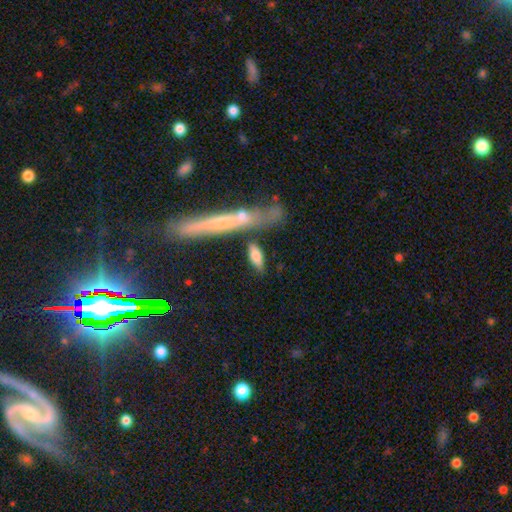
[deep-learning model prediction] This appears to be a smooth galaxy with no disk features (70%) that is in between round and cigar-shaped (59%). Merging: none (67%).